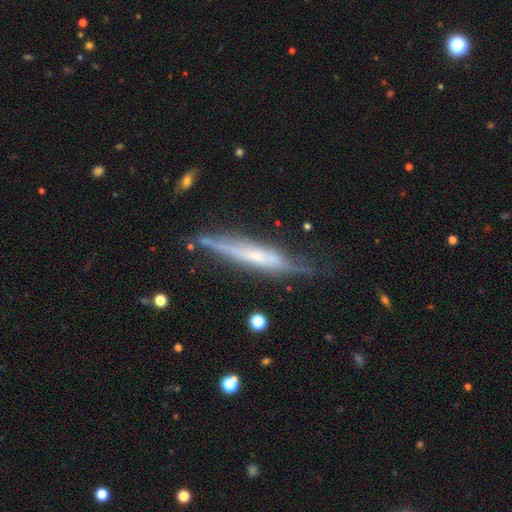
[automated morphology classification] featured or disk 67%, smooth 26%, star or artifact 6%. Down the decision tree: edge-on disk — yes (89%); edge-on bulge — none (48%); merging — none (63%).